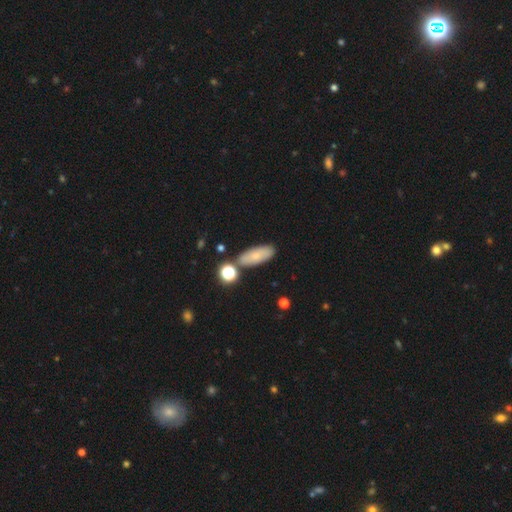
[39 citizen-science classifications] Smooth or featured: smooth — 74% (featured or disk — 21%)
How rounded: in between — 69% (cigar-shaped — 31%)
Merging: none — 86% (merger — 8%)